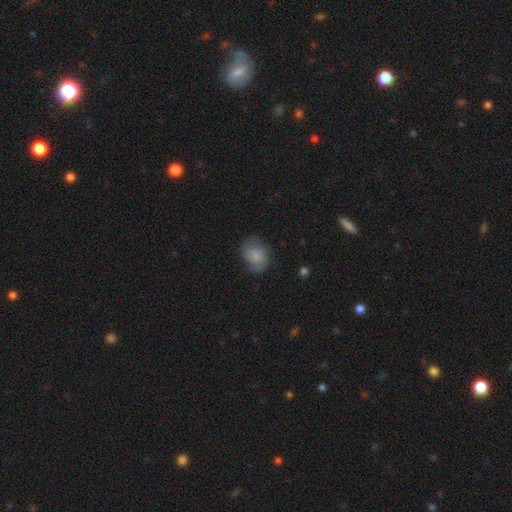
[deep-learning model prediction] The model was most divided on "smooth or featured": smooth: 47%, featured or disk: 45%, star or artifact: 8%. More confident: merging — none (66%).